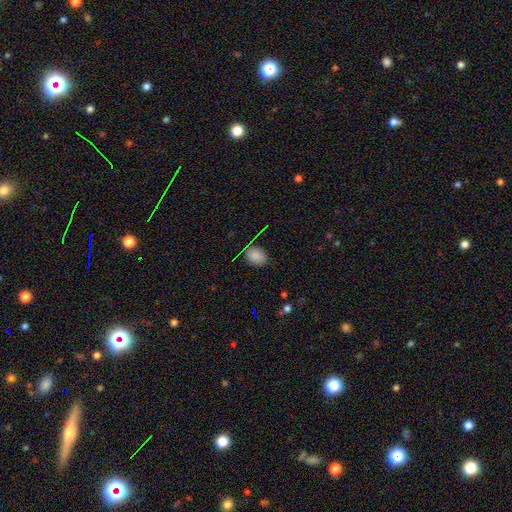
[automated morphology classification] Smooth or featured?
  - smooth: 81% *
  - star or artifact: 12%
  - featured or disk: 7%
How rounded?
  - in between: 67% *
  - round: 32%
  - cigar-shaped: 1%
Merging?
  - none: 78% *
  - minor disturbance: 17%
  - major disturbance: 4%
  - merger: 2%